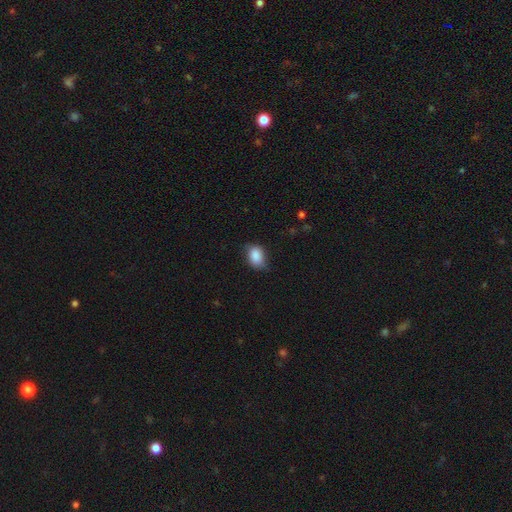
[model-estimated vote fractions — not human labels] A smooth galaxy with no disk features (87%) that is in between round and cigar-shaped (76%). Merging: none (64%).